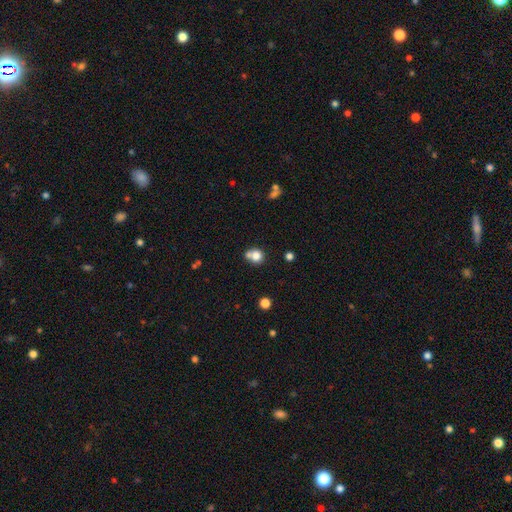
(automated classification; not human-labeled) A smooth galaxy with no disk features (79%) that is round (82%). Merging: none (51%).